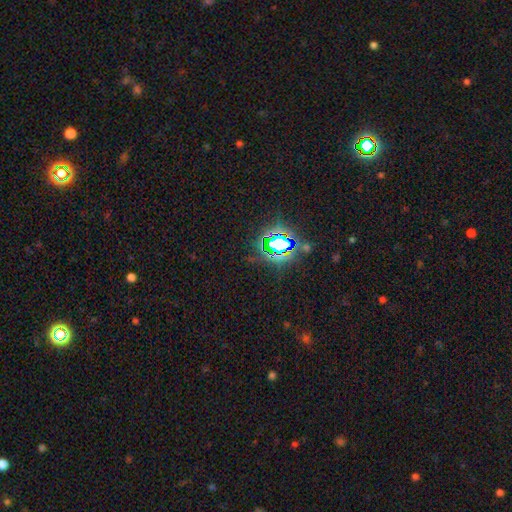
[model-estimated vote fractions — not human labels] A star or artifact, not a galaxy (81%).